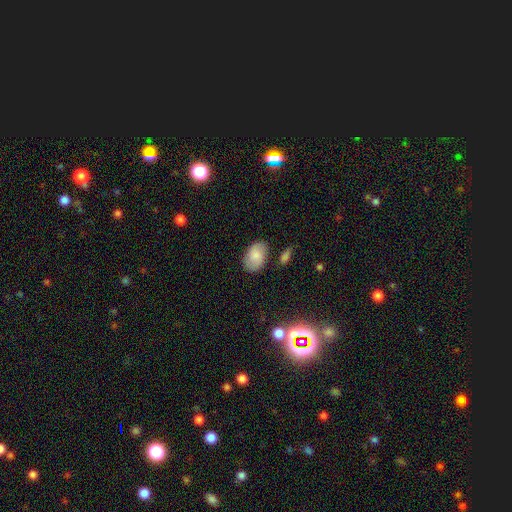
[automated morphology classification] A smooth galaxy with no disk features (79%) that is in between round and cigar-shaped (90%).

Vote fractions:
- Smooth or featured? smooth: 79% / featured or disk: 14% / star or artifact: 7%
- How rounded? in between: 90% / round: 9% / cigar-shaped: 1%
- Merging? none: 76% / minor disturbance: 16% / merger: 4% / major disturbance: 4%